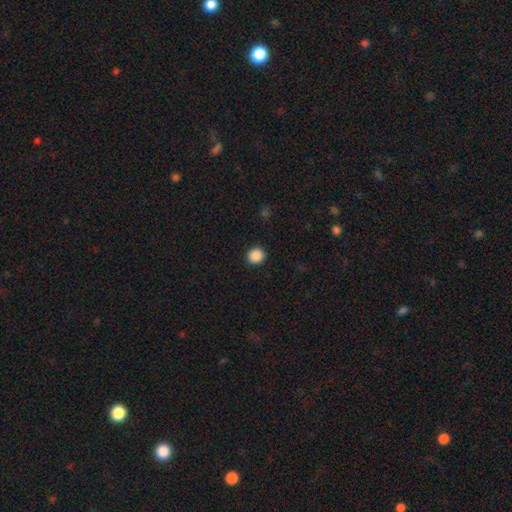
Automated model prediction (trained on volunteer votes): smooth 88%, star or artifact 10%, featured or disk 2%. Down the decision tree: how rounded — round (91%); merging — none (92%).